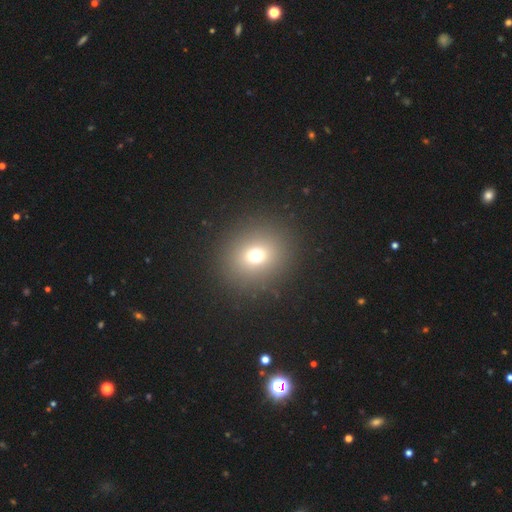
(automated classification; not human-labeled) Morphology: type=smooth (68%); roundness=round (79%); merging=none (88%).